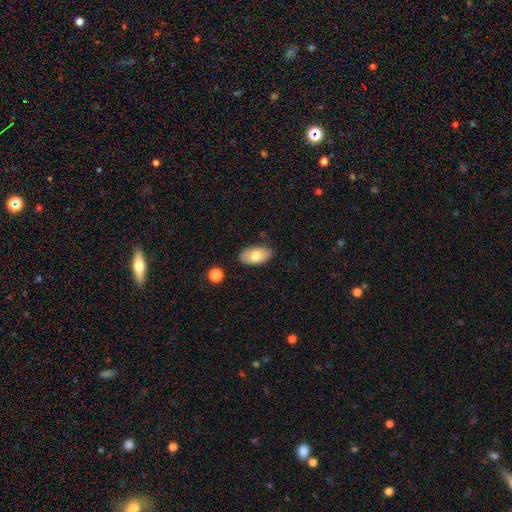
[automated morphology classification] Overall: smooth (74%). How rounded: in between (94%). Merging: none (83%).